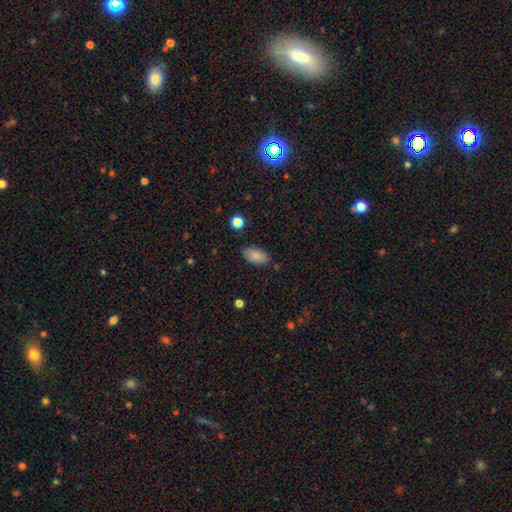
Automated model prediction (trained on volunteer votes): Q: Smooth or featured?
A: smooth (87%); runner-up: star or artifact (8%)
Q: How rounded?
A: in between (93%); runner-up: cigar-shaped (4%)
Q: Merging?
A: none (84%); runner-up: minor disturbance (12%)